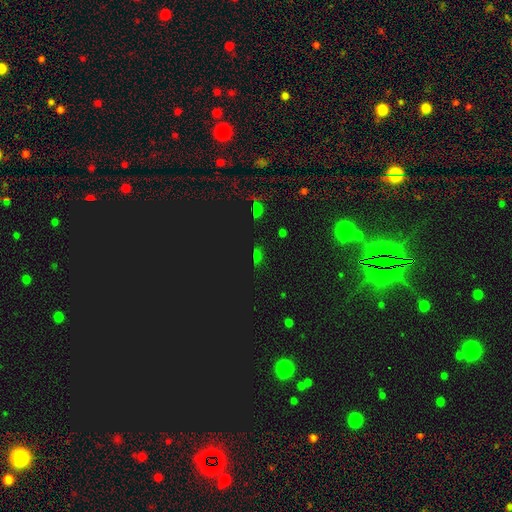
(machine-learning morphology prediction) Q: Smooth or featured?
A: star or artifact (60%); runner-up: smooth (32%)